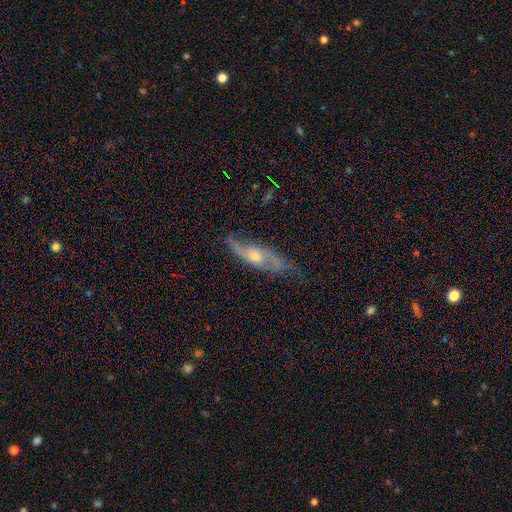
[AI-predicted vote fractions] Morphology: type=featured or disk (77%); edge-on=no (76%); bar=no (62%); spiral arms=yes (91%); winding=medium (42%); arm count=2 (80%); bulge=moderate (63%); merging=none (65%).